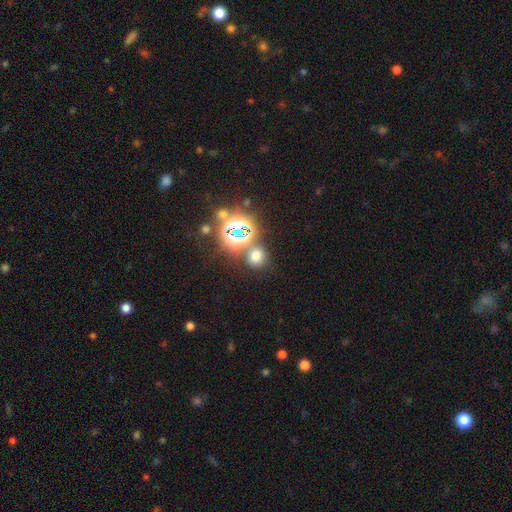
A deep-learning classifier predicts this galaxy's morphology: Smooth or featured? smooth (55%)
How rounded? round (80%)
Merging? none (75%)